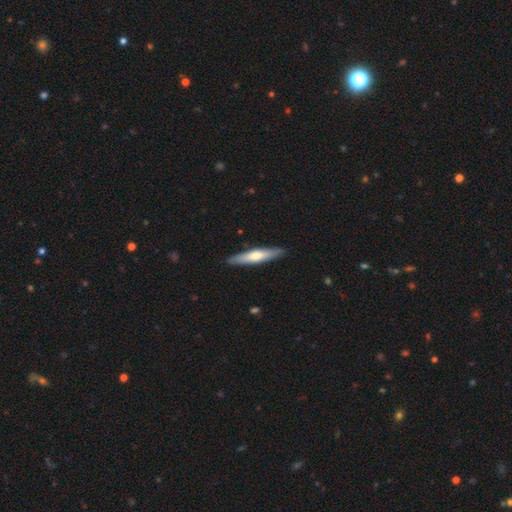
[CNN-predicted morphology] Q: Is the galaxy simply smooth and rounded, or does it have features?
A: smooth — 51%.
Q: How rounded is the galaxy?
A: cigar-shaped — 87%.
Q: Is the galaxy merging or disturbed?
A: none — 90%.